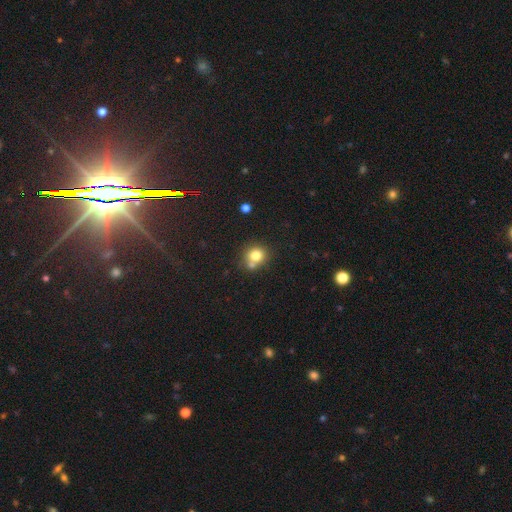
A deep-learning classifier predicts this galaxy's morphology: Overall: smooth (78%). How rounded: round (84%). Merging: none (58%; merger 28%).